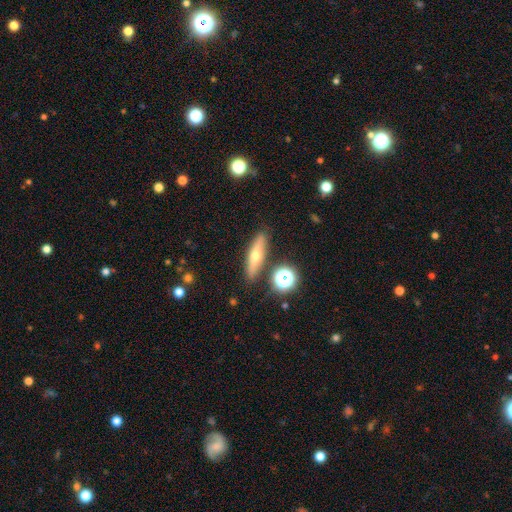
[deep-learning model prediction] Smooth or featured?
  - smooth: 48% *
  - featured or disk: 41%
  - star or artifact: 10%
Merging?
  - none: 86% *
  - minor disturbance: 9%
  - merger: 4%
  - major disturbance: 2%